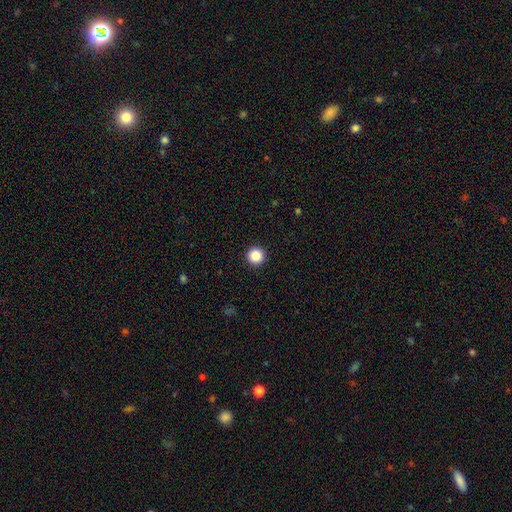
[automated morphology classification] The model was most divided on "smooth or featured": smooth: 87%, star or artifact: 10%, featured or disk: 3%. More confident: how rounded — round (96%); merging — none (93%).